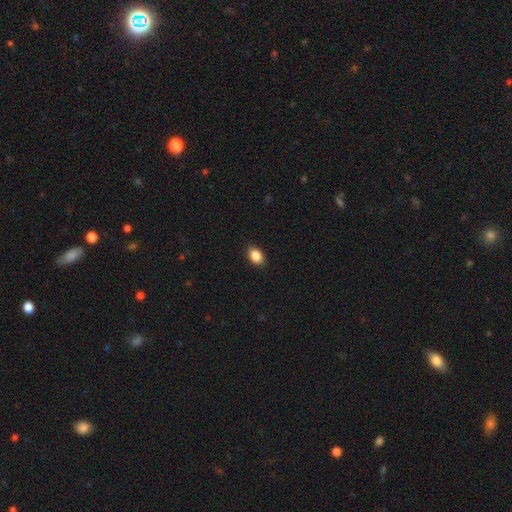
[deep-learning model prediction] smooth-or-featured: smooth: 87% | star or artifact: 8% | featured or disk: 4%
  how-rounded: in between: 82% | round: 17% | cigar-shaped: 2%
  merging: none: 88% | minor disturbance: 9% | major disturbance: 2% | merger: 1%